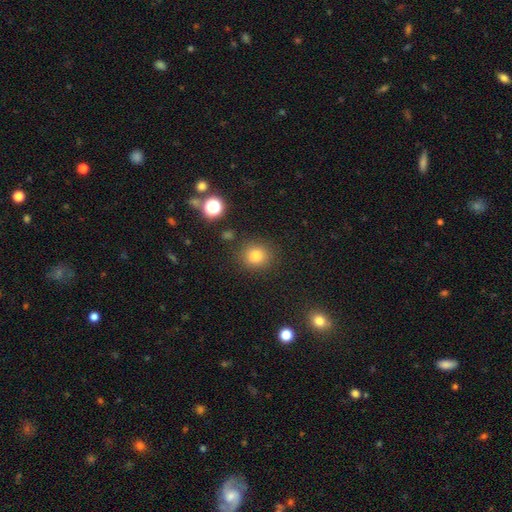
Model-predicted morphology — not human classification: Q: Smooth or featured?
A: smooth (80%); runner-up: star or artifact (14%)
Q: How rounded?
A: round (85%); runner-up: in between (14%)
Q: Merging?
A: none (85%); runner-up: minor disturbance (9%)